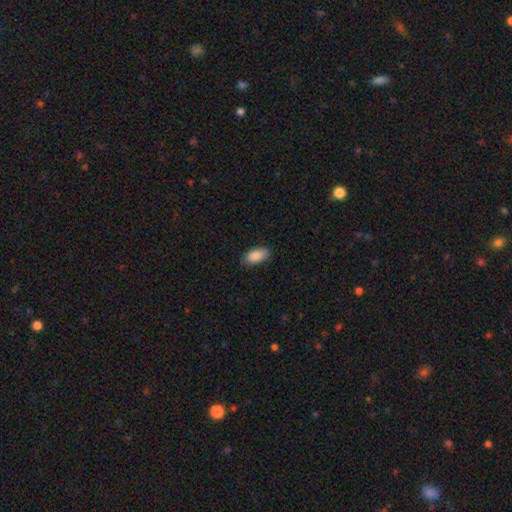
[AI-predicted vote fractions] A smooth galaxy with no disk features (88%) that is in between round and cigar-shaped (93%). Merging: none (81%).